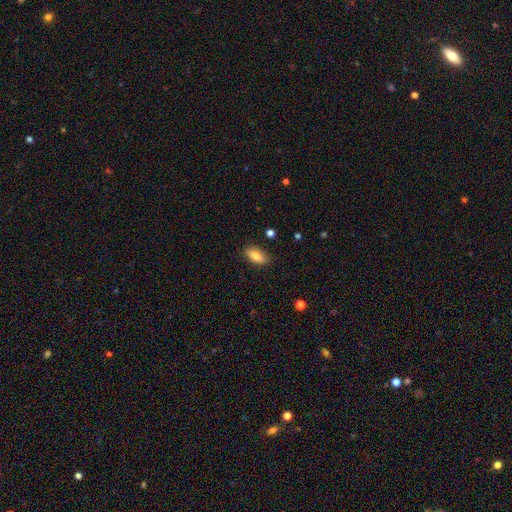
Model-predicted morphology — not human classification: Q: Smooth or featured?
A: smooth (77%); runner-up: featured or disk (16%)
Q: How rounded?
A: in between (79%); runner-up: cigar-shaped (17%)
Q: Merging?
A: none (83%); runner-up: minor disturbance (13%)